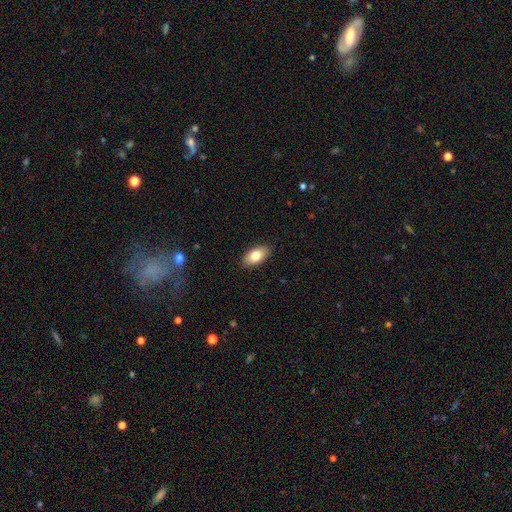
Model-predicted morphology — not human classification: Smooth or featured? Predicted: smooth (p=0.80). How rounded? Predicted: in between (p=0.92). Merging? Predicted: none (p=0.89).